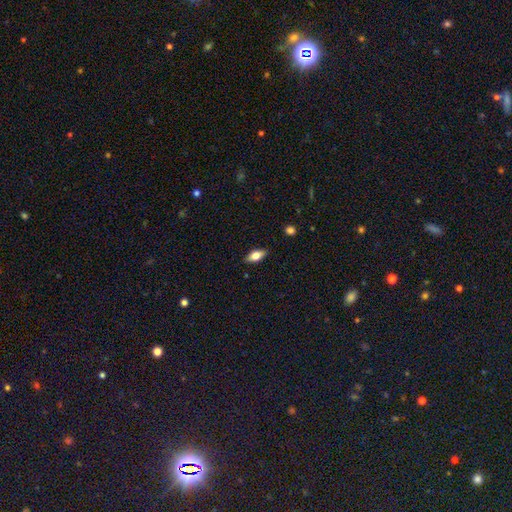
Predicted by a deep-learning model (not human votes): smooth-or-featured: smooth: 73% | featured or disk: 20% | star or artifact: 7%
  how-rounded: in between: 85% | cigar-shaped: 12% | round: 3%
  merging: none: 88% | minor disturbance: 9% | major disturbance: 2% | merger: 1%